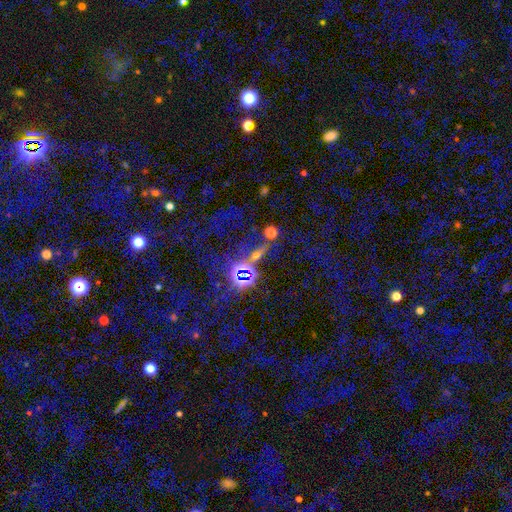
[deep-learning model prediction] Smooth or featured: star or artifact — 56% (smooth — 24%)